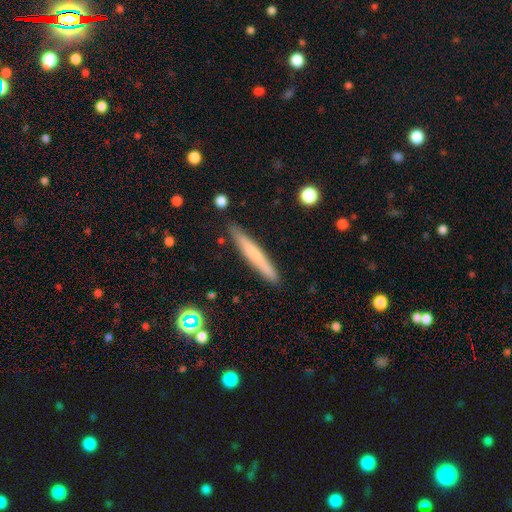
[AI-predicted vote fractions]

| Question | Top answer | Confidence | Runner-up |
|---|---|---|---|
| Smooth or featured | smooth | 60% | featured or disk (33%) |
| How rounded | cigar-shaped | 96% | in between (3%) |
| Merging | none | 89% | minor disturbance (8%) |